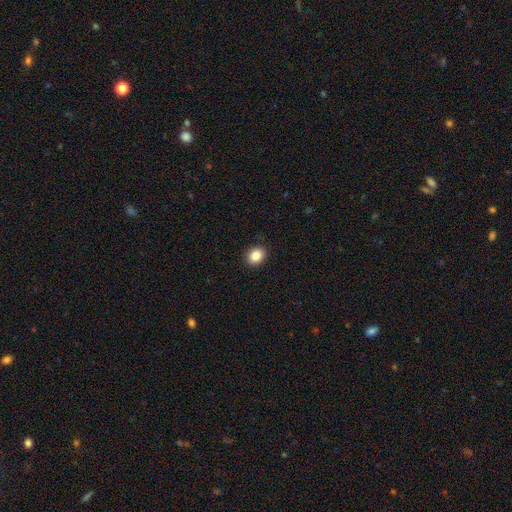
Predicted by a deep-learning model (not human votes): A smooth galaxy with no disk features (87%) that is round (51%).

Vote fractions:
- Smooth or featured? smooth: 87% / star or artifact: 9% / featured or disk: 4%
- How rounded? round: 51% / in between: 48% / cigar-shaped: 1%
- Merging? none: 89% / minor disturbance: 8% / major disturbance: 2% / merger: 1%